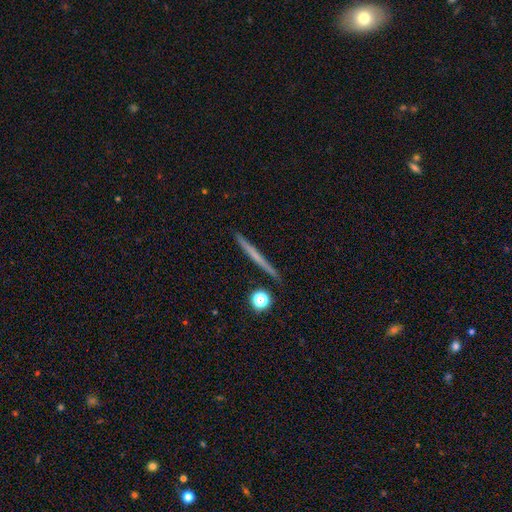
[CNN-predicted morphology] Smooth or featured: smooth — 48% (featured or disk — 45%)
Merging: none — 91% (minor disturbance — 6%)